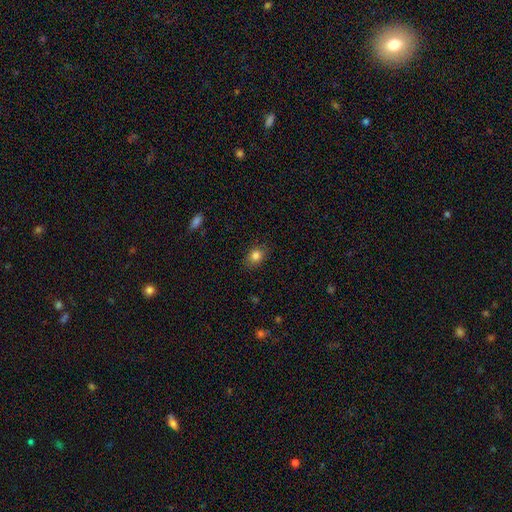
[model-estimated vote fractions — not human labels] Overall: smooth (83%). How rounded: in between (59%; round 40%). Merging: none (86%).